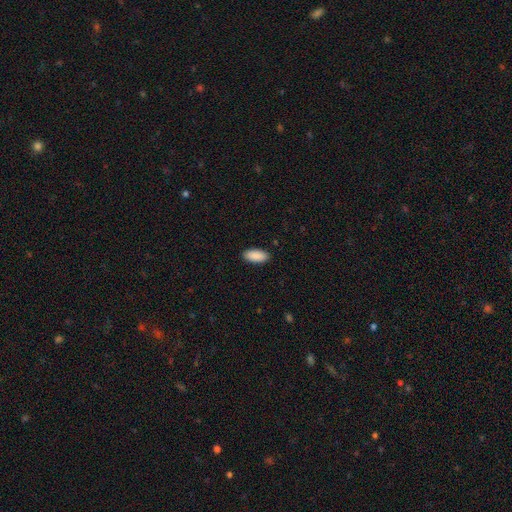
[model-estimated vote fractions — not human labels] This appears to be a smooth galaxy with no disk features (91%) that is in between round and cigar-shaped (91%). Merging: none (90%).